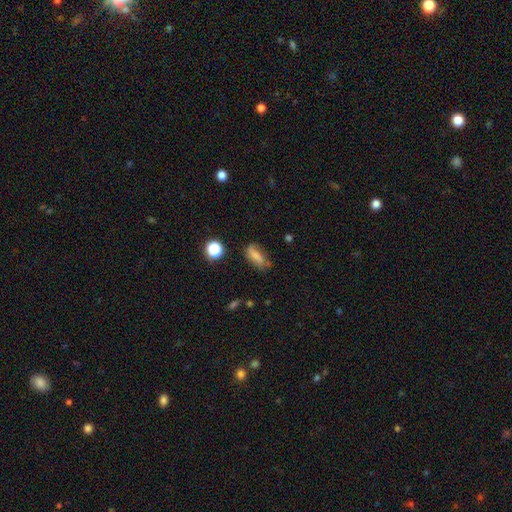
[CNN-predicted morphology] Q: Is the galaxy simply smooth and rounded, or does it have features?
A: smooth — 73%.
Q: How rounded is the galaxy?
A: in between — 70%.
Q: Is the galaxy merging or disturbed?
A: none — 55%.